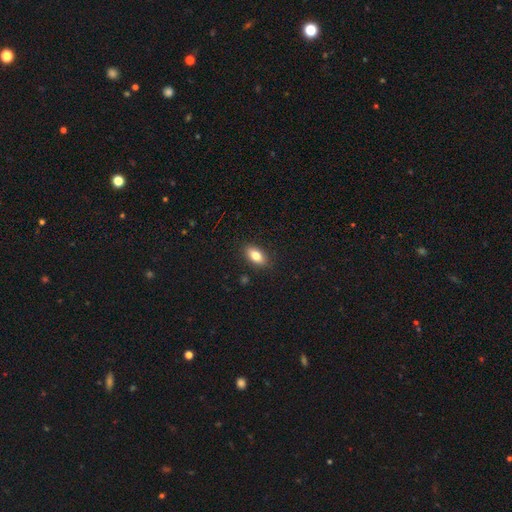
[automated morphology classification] Overall: smooth (80%). How rounded: in between (89%). Merging: none (88%).